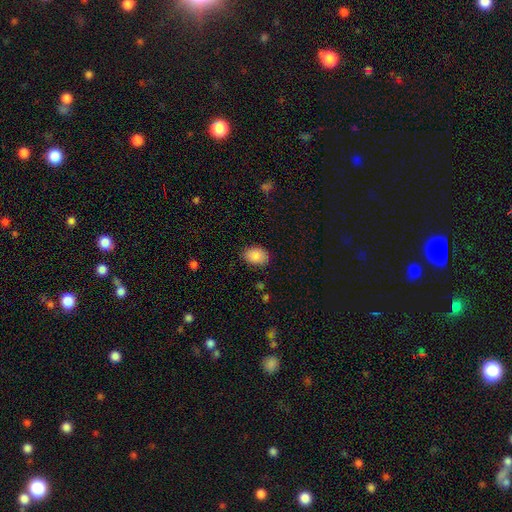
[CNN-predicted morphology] A smooth galaxy with no disk features (87%) that is in between round and cigar-shaped (80%).

Vote fractions:
- Smooth or featured? smooth: 87% / star or artifact: 7% / featured or disk: 6%
- How rounded? in between: 80% / round: 19% / cigar-shaped: 1%
- Merging? none: 82% / minor disturbance: 14% / major disturbance: 3% / merger: 1%